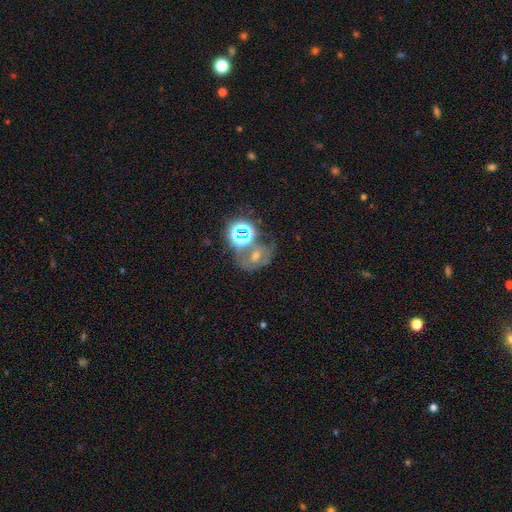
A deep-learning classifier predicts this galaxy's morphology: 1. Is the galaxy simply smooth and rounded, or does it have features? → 38% star or artifact, 35% featured or disk, 27% smooth.